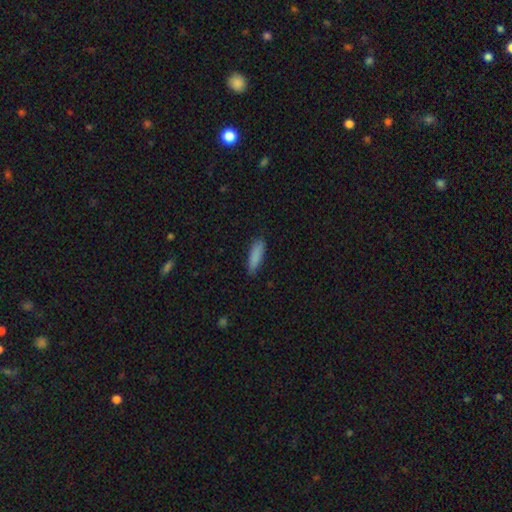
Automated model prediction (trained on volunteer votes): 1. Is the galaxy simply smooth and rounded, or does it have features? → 86% smooth, 7% featured or disk, 7% star or artifact.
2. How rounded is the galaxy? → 63% cigar-shaped, 36% in between, 2% round.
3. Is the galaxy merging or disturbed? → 81% none, 16% minor disturbance, 3% major disturbance, 1% merger.